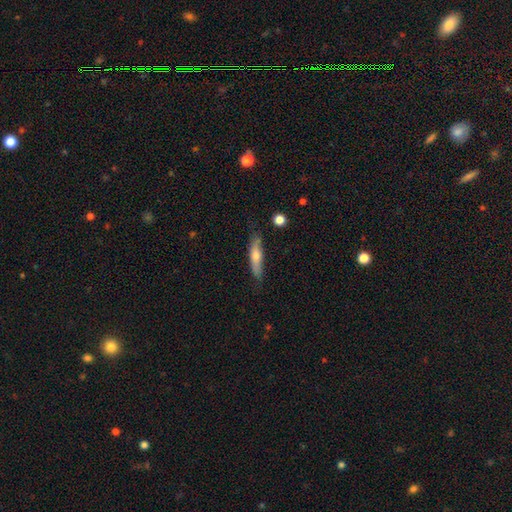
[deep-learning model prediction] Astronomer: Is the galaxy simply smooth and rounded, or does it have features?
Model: smooth — 55% (runner-up: featured or disk, 38%).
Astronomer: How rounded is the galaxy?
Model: cigar-shaped — 81%.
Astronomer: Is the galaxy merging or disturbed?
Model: none — 76%.